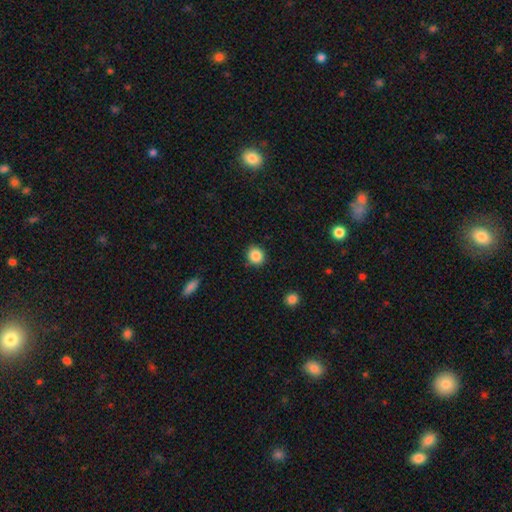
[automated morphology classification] Overall: smooth (87%). How rounded: round (81%). Merging: none (88%).